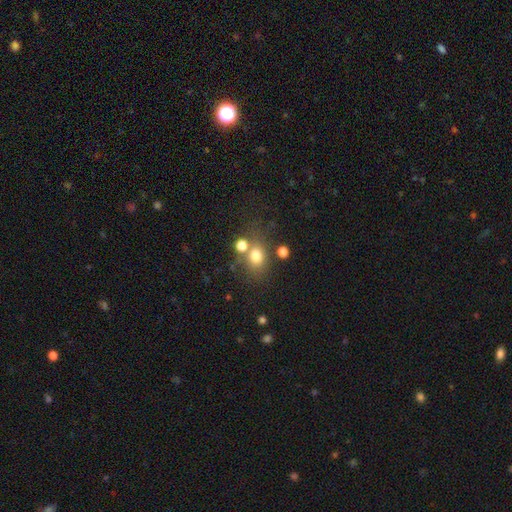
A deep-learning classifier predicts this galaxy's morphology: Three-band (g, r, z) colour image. It shows a smooth galaxy with no disk features (74%) that is round (58%). Merging: none (59%).